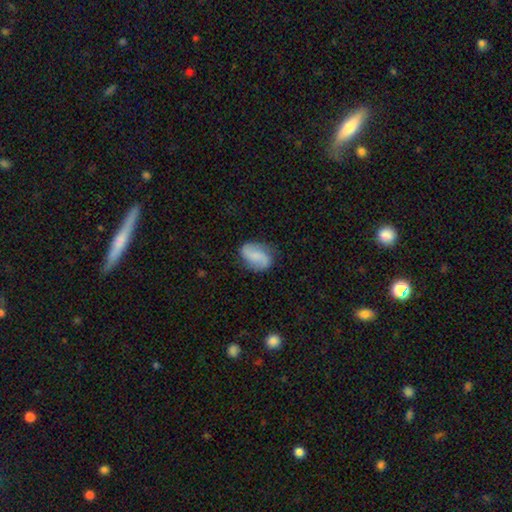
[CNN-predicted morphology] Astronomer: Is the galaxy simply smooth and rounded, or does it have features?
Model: smooth — 50% (runner-up: featured or disk, 42%).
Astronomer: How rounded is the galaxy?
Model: in between — 84%.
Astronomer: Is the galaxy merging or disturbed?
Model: none — 73%.